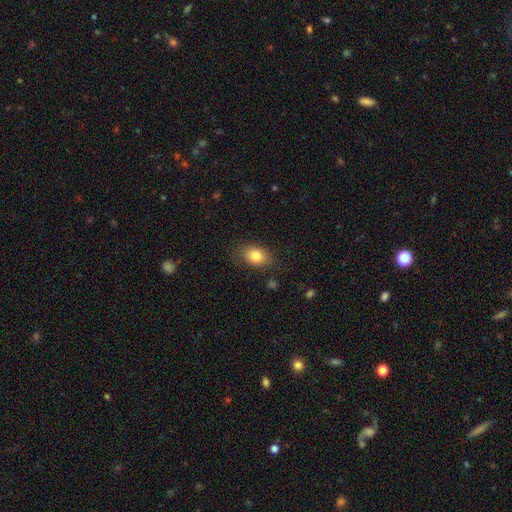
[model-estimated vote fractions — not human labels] This appears to be a smooth galaxy with no disk features (82%) that is in between round and cigar-shaped (75%). Merging: none (80%).